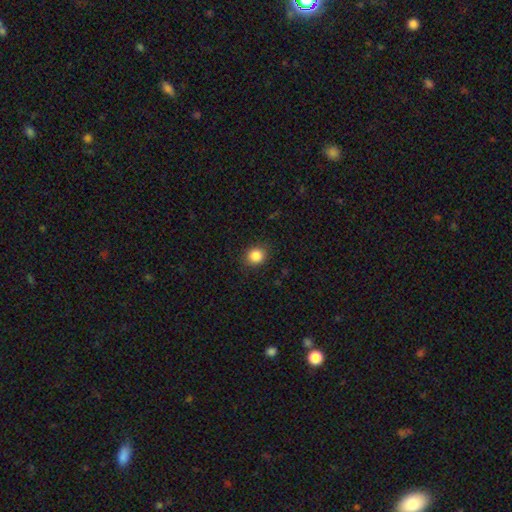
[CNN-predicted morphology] This is clearly a smooth galaxy (86%). How rounded: clearly round (82%). Merging: clearly none (88%).